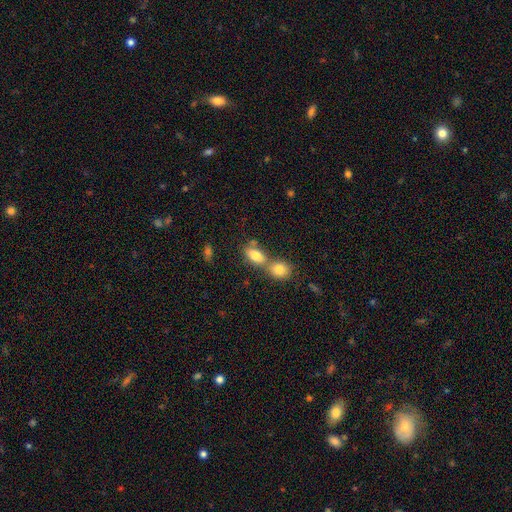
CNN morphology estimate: Q: Smooth or featured?
A: smooth (80%); runner-up: featured or disk (11%)
Q: How rounded?
A: in between (84%); runner-up: round (10%)
Q: Merging?
A: merger (52%); runner-up: none (35%)